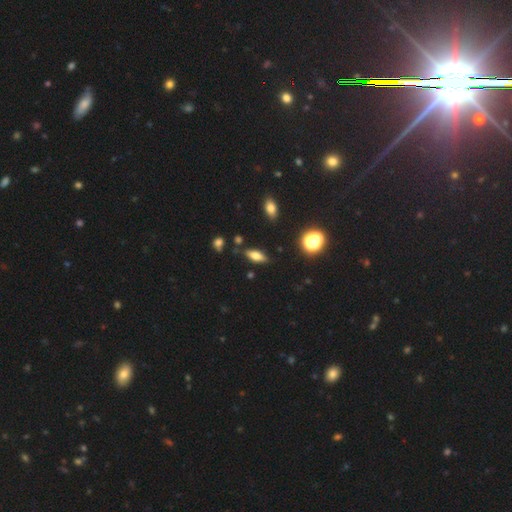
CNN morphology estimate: The model was most divided on "smooth or featured": smooth: 60%, featured or disk: 29%, star or artifact: 11%. More confident: merging — none (81%); how rounded — in between (66%).